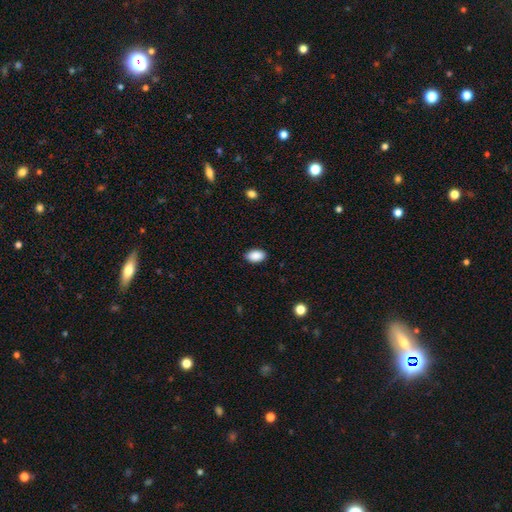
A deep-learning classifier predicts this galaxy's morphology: smooth-or-featured: smooth: 90% | star or artifact: 7% | featured or disk: 3%
  how-rounded: in between: 92% | round: 7% | cigar-shaped: 1%
  merging: none: 88% | minor disturbance: 9% | major disturbance: 2% | merger: 1%